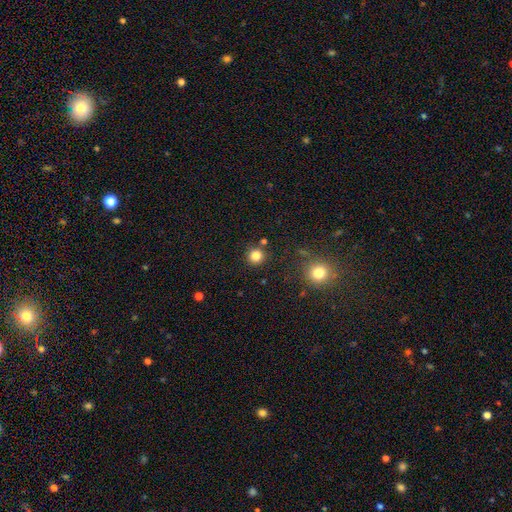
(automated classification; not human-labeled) Smooth or featured?
  - smooth: 82% *
  - star or artifact: 13%
  - featured or disk: 5%
How rounded?
  - round: 94% *
  - in between: 5%
  - cigar-shaped: 1%
Merging?
  - none: 86% *
  - minor disturbance: 7%
  - merger: 5%
  - major disturbance: 2%